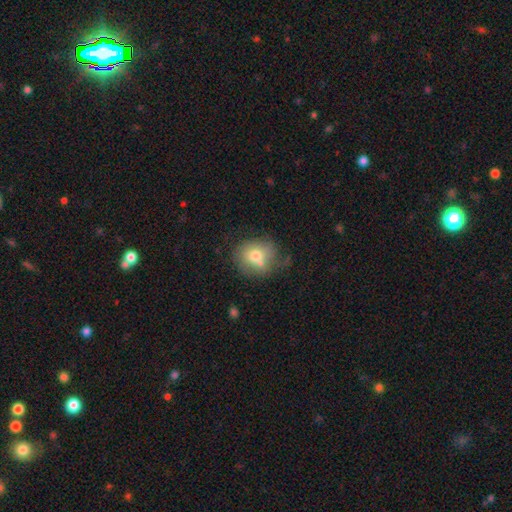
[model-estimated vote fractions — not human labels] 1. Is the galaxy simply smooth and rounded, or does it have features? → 69% smooth, 21% featured or disk, 10% star or artifact.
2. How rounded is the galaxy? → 70% round, 29% in between, 1% cigar-shaped.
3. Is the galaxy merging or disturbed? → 50% none, 23% minor disturbance, 17% merger, 10% major disturbance.